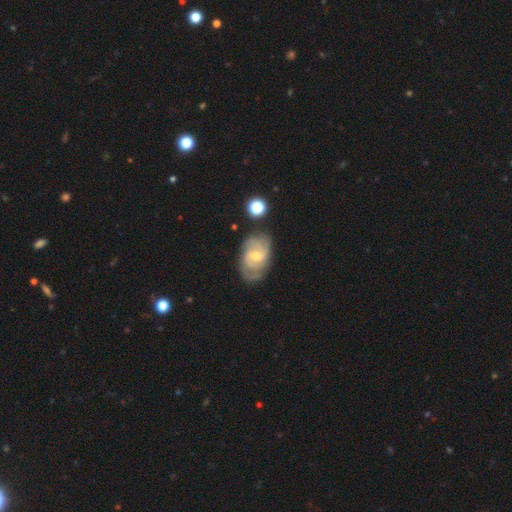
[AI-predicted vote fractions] Morphology: type=featured or disk (82%); edge-on=no (97%); bar=weak (50%); spiral arms=yes (96%); winding=tight (45%); arm count=2 (40%); bulge=small (53%); merging=none (72%).